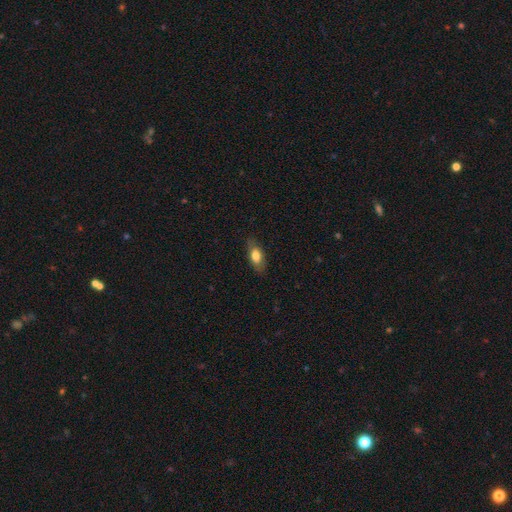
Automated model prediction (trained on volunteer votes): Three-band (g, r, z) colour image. It shows a smooth galaxy with no disk features (75%) that is in between round and cigar-shaped (84%). Merging: none (81%).